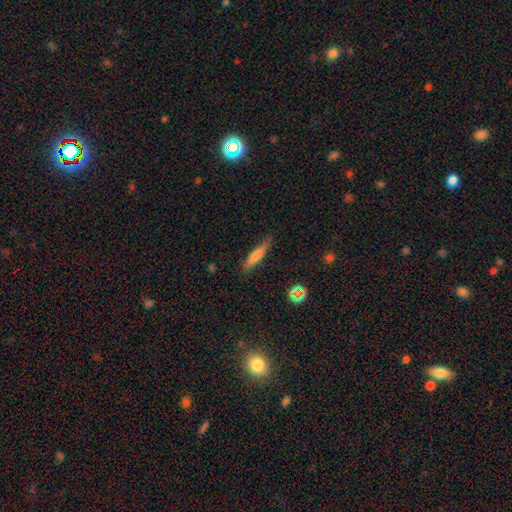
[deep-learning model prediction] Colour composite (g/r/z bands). It shows a smooth galaxy with no disk features (69%) that is cigar-shaped (83%). Merging: none (76%).